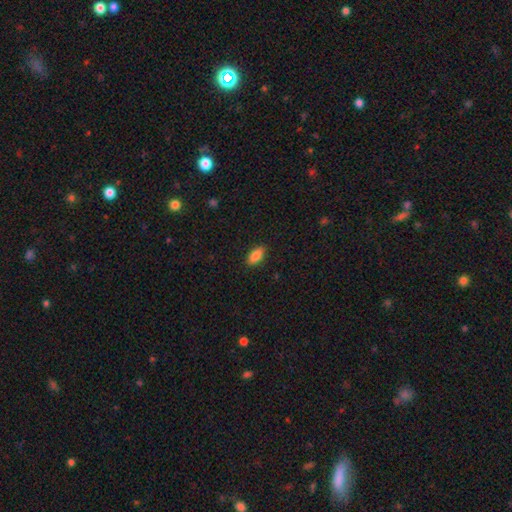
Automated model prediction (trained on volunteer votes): Smooth or featured?
  - smooth: 86% *
  - star or artifact: 7%
  - featured or disk: 7%
How rounded?
  - in between: 90% *
  - cigar-shaped: 8%
  - round: 3%
Merging?
  - none: 89% *
  - minor disturbance: 8%
  - major disturbance: 2%
  - merger: 1%